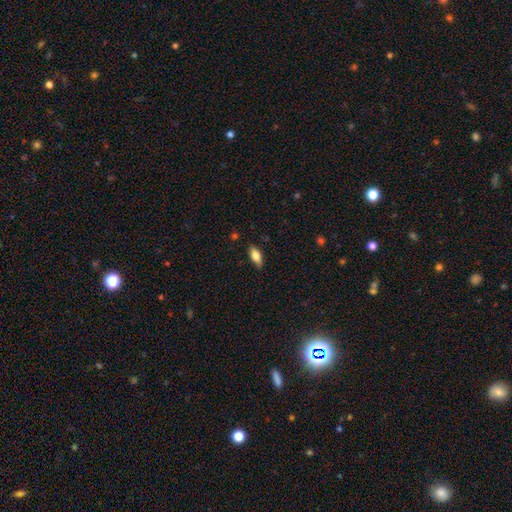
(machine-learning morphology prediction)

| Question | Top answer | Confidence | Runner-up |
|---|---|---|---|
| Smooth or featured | smooth | 74% | featured or disk (19%) |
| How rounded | in between | 80% | cigar-shaped (17%) |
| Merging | none | 82% | minor disturbance (14%) |